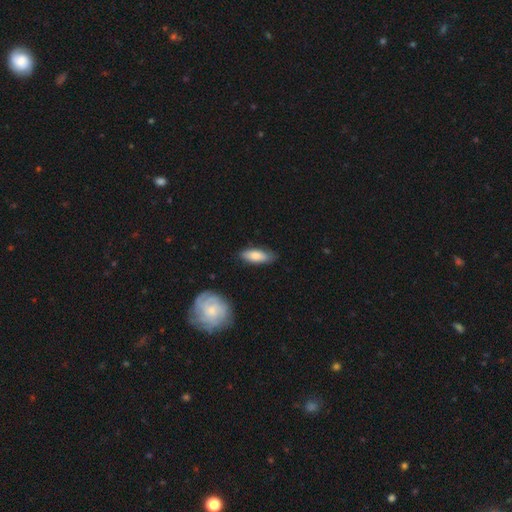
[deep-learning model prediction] The model was most divided on "how rounded": in between: 65%, cigar-shaped: 33%, round: 2%. More confident: merging — none (80%); smooth or featured — smooth (75%).